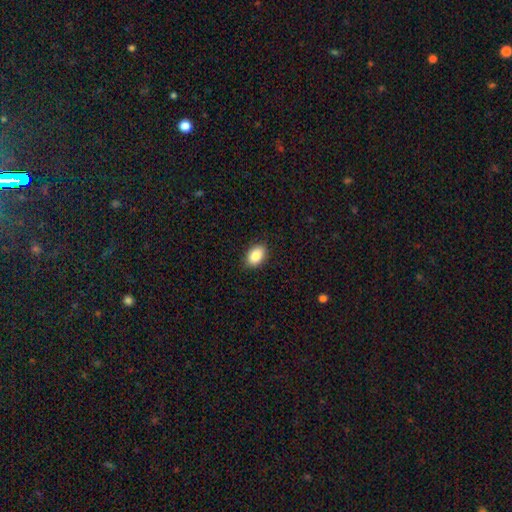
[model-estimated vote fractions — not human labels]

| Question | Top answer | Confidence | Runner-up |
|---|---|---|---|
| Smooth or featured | smooth | 88% | star or artifact (7%) |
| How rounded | in between | 88% | round (11%) |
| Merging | none | 88% | minor disturbance (9%) |